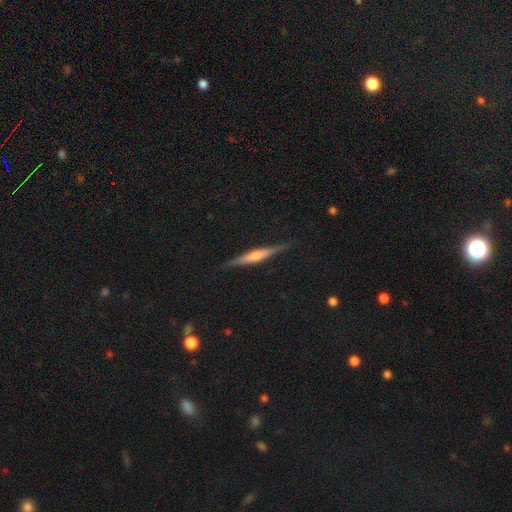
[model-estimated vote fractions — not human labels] smooth-or-featured: featured or disk: 70% | smooth: 23% | star or artifact: 6%
  disk-edge-on: yes: 98% | no: 2%
    edge-on-bulge: rounded: 59% | none: 22% | boxy: 19%
  merging: none: 89% | minor disturbance: 8% | major disturbance: 2% | merger: 1%